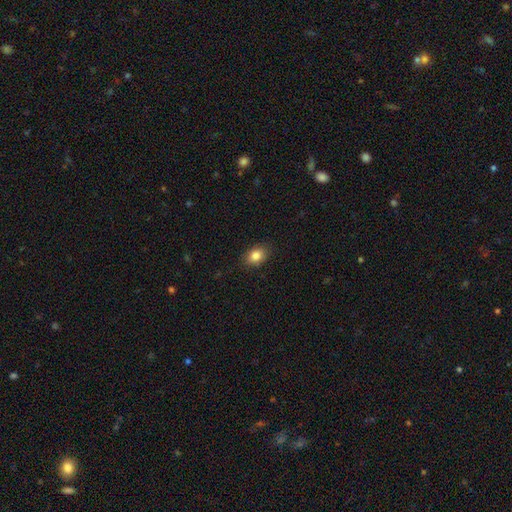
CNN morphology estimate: smooth 84%, star or artifact 9%, featured or disk 7%. Down the decision tree: how rounded — in between (73%); merging — none (87%).